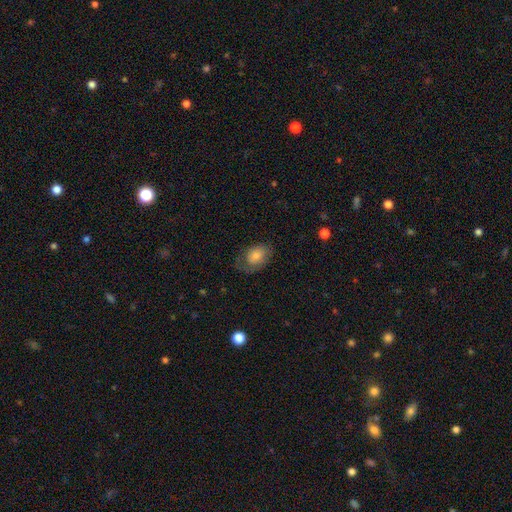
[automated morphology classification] type=smooth (61%); roundness=in between (80%); merging=none (56%).